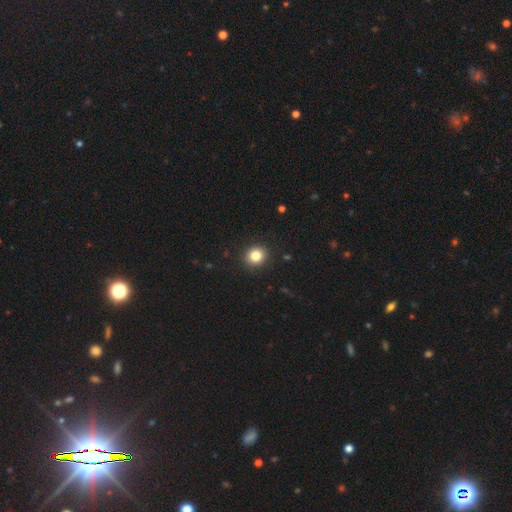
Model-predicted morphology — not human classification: Smooth or featured?
  - smooth: 84% *
  - star or artifact: 11%
  - featured or disk: 6%
How rounded?
  - round: 82% *
  - in between: 17%
  - cigar-shaped: 1%
Merging?
  - none: 91% *
  - minor disturbance: 6%
  - major disturbance: 2%
  - merger: 1%